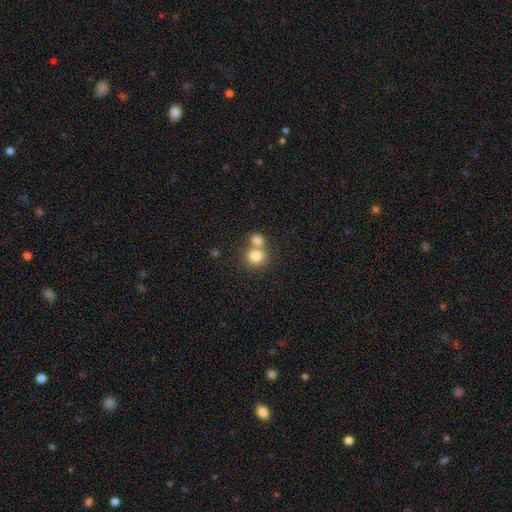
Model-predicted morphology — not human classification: Smooth or featured? Predicted: smooth (p=0.81). How rounded? Predicted: round (p=0.85). Merging? Predicted: merger (p=0.49).